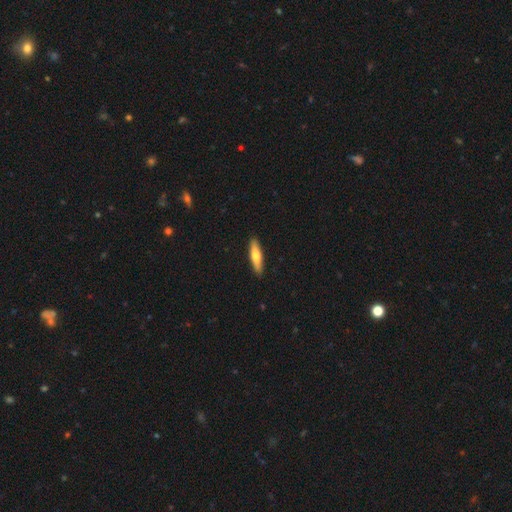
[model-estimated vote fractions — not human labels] Overall: smooth (61%; featured or disk 33%). How rounded: cigar-shaped (75%). Merging: none (91%).